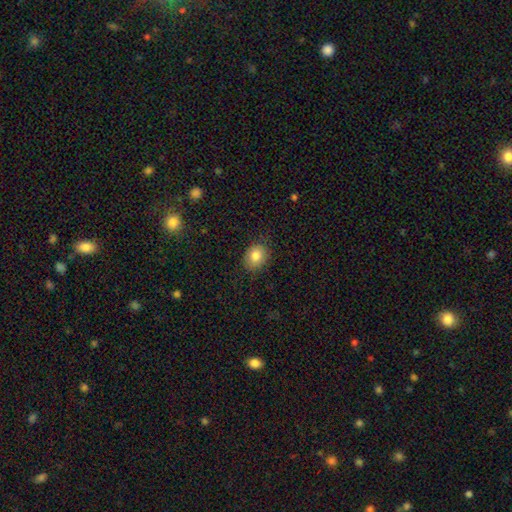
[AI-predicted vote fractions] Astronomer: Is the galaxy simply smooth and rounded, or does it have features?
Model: smooth — 82%.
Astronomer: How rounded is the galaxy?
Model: round — 52% (runner-up: in between, 47%).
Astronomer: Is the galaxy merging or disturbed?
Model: none — 84%.